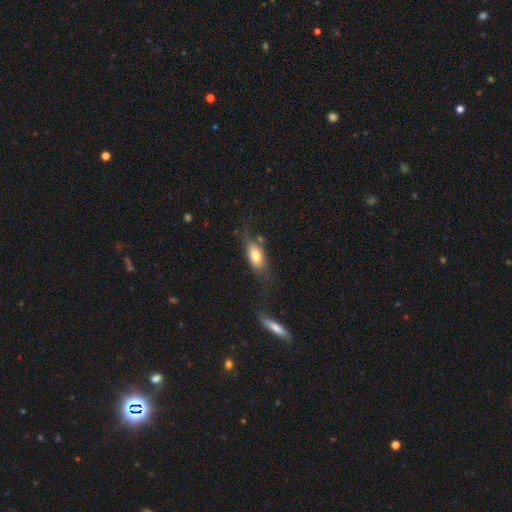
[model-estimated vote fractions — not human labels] Smooth or featured?
  - smooth: 72% *
  - featured or disk: 21%
  - star or artifact: 7%
How rounded?
  - in between: 84% *
  - cigar-shaped: 11%
  - round: 5%
Merging?
  - none: 53% *
  - minor disturbance: 24%
  - major disturbance: 15%
  - merger: 8%